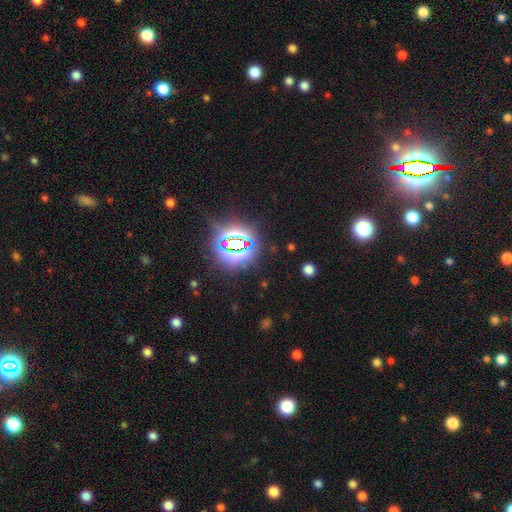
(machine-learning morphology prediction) Smooth or featured: star or artifact — 81% (smooth — 13%)